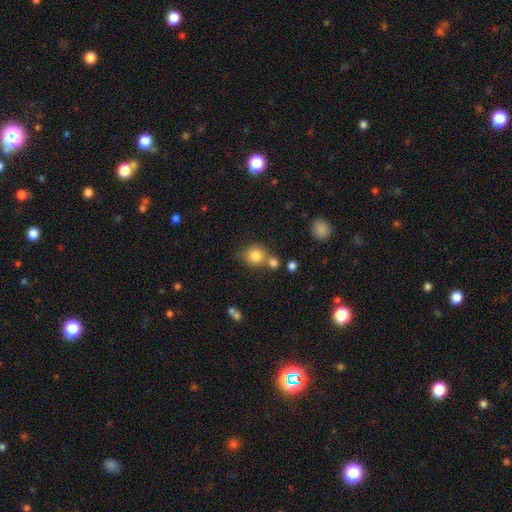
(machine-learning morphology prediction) type=smooth (82%); roundness=round (85%); merging=none (60%).